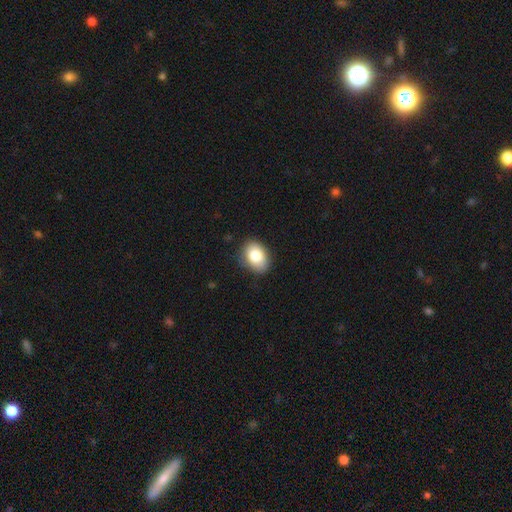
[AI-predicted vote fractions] Smooth or featured? Predicted: smooth (p=0.83). How rounded? Predicted: in between (p=0.73). Merging? Predicted: none (p=0.83).